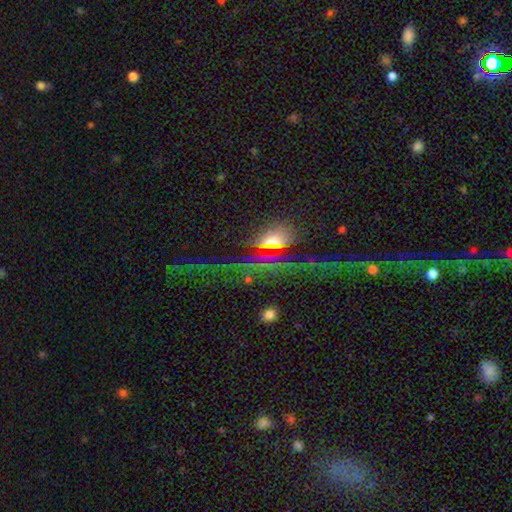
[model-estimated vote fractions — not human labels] This is marginally a featured or disk galaxy (40%). Merging: likely none (60%).